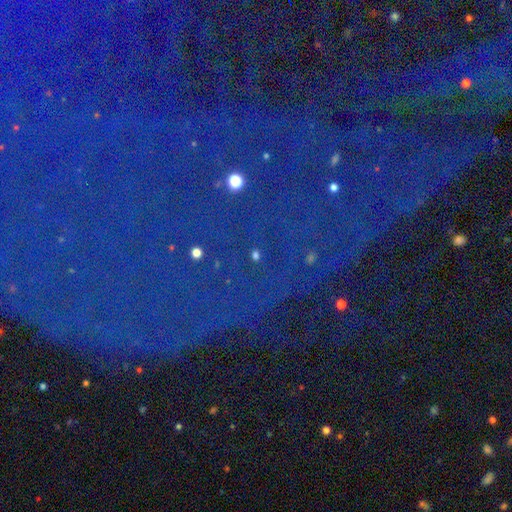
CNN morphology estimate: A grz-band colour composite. It shows a star or artifact, not a galaxy (87%).